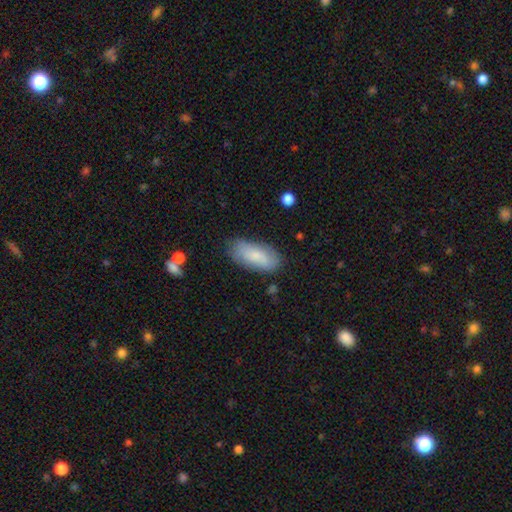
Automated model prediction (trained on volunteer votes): This is likely a smooth galaxy (76%). How rounded: clearly in between (86%). Merging: likely none (76%).